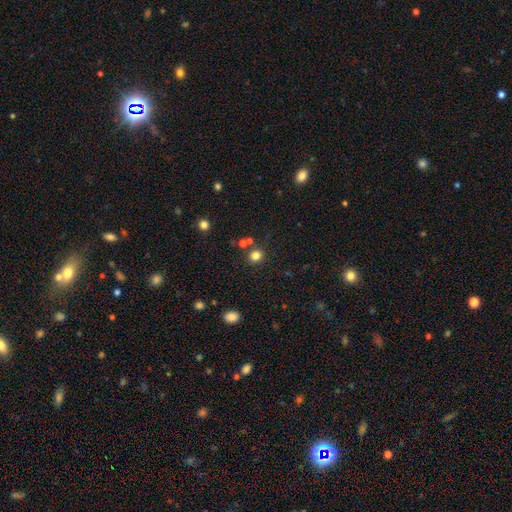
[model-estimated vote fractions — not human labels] Smooth or featured: smooth — 80% (star or artifact — 14%)
How rounded: round — 84% (in between — 15%)
Merging: none — 79% (merger — 9%)